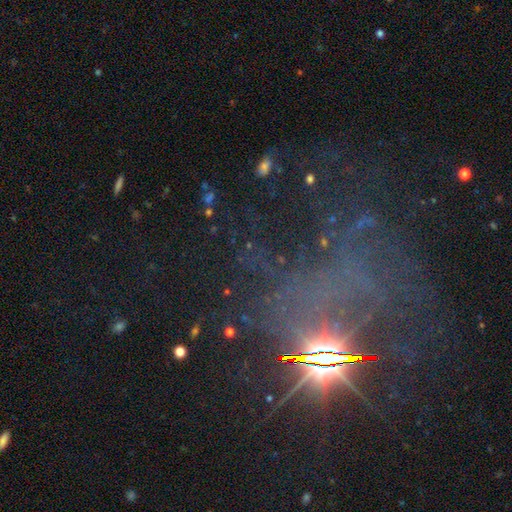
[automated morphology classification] Q: Smooth or featured?
A: star or artifact (67%); runner-up: featured or disk (20%)